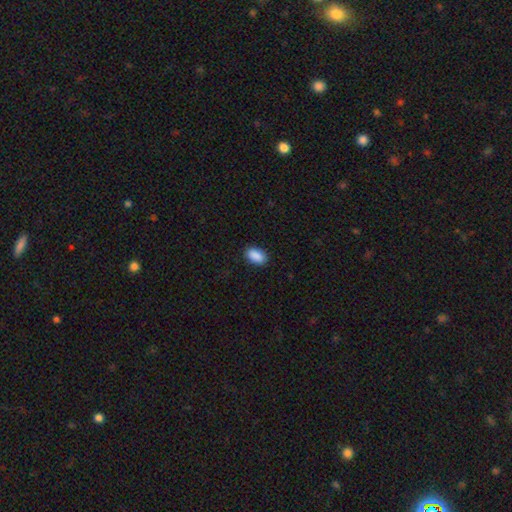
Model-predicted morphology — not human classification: smooth_or_featured: smooth (p=0.90) [alt: star or artifact p=0.07]
how_rounded: in between (p=0.93) [alt: round p=0.05]
merging: none (p=0.88) [alt: minor disturbance p=0.09]